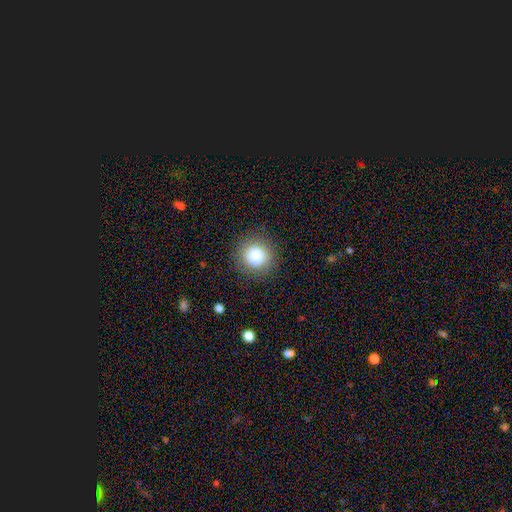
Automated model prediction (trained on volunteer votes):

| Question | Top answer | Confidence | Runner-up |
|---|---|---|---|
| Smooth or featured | smooth | 83% | star or artifact (10%) |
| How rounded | round | 93% | in between (6%) |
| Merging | none | 89% | minor disturbance (7%) |